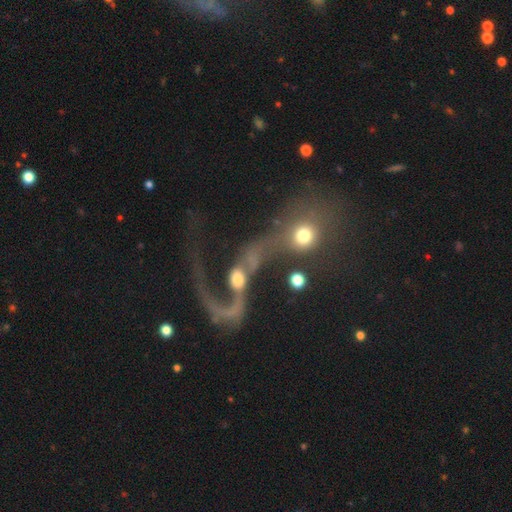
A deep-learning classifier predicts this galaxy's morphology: Smooth or featured? Predicted: featured or disk (p=0.67). Edge-on disk? Predicted: no (p=0.94). Bar? Predicted: no (p=0.59). Spiral arms? Predicted: yes (p=0.77). Bulge size? Predicted: moderate (p=0.50). Merging? Predicted: merger (p=0.49).